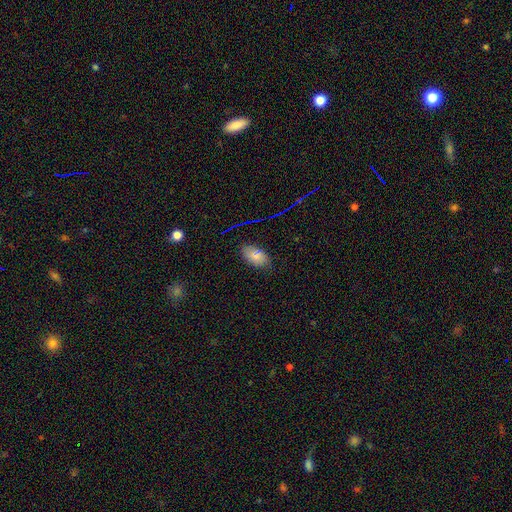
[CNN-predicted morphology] Smooth or featured? smooth (77%)
How rounded? in between (93%)
Merging? none (80%)